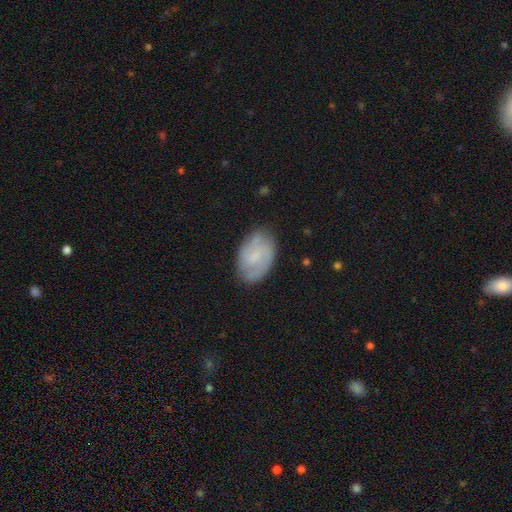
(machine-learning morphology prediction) A featured or disk galaxy (60%) with a weak bar (49%), 2 (59%) medium (44%) spiral arms (88%) and a small central bulge (43%). Merging: none (76%).